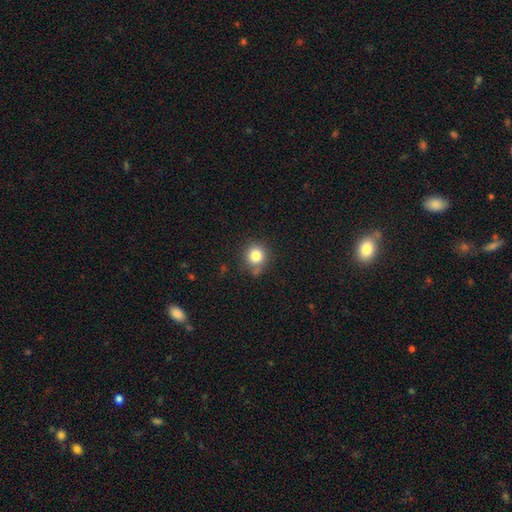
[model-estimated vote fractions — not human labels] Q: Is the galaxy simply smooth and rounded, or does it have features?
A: smooth — 82%.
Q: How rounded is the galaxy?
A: round — 90%.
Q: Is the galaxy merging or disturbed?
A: none — 76%.